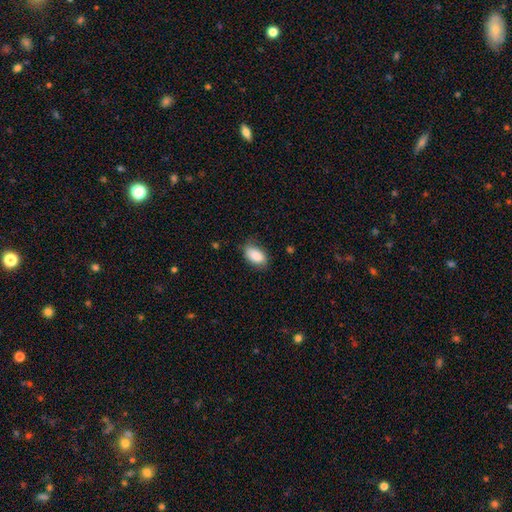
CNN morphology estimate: This is clearly a smooth galaxy (88%). How rounded: clearly in between (93%). Merging: likely none (76%).